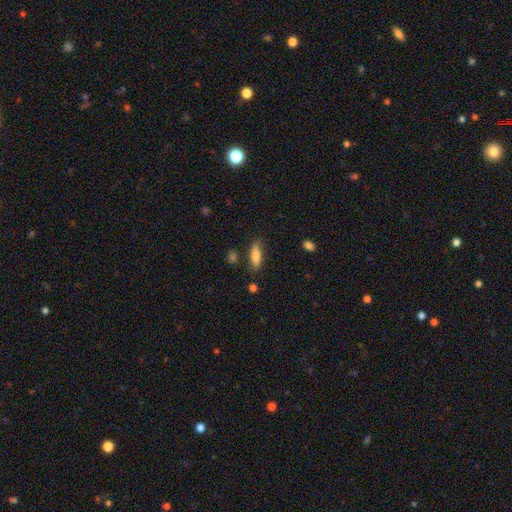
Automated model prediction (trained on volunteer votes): smooth-or-featured: smooth: 79% | featured or disk: 14% | star or artifact: 7%
  how-rounded: in between: 59% | cigar-shaped: 38% | round: 3%
  merging: none: 76% | minor disturbance: 16% | major disturbance: 4% | merger: 3%